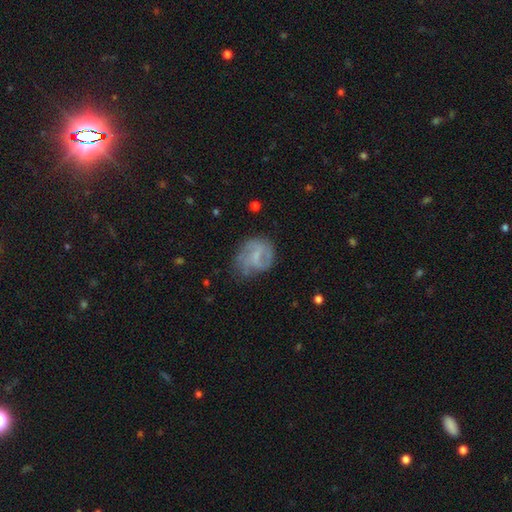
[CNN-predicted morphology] Overall: featured or disk (60%; smooth 32%). Edge-on disk: no (98%). Bar: weak (51%; no 37%). Spiral arms: yes (73%). Bulge size: small (47%; none 30%). Merging: none (52%; minor disturbance 28%).